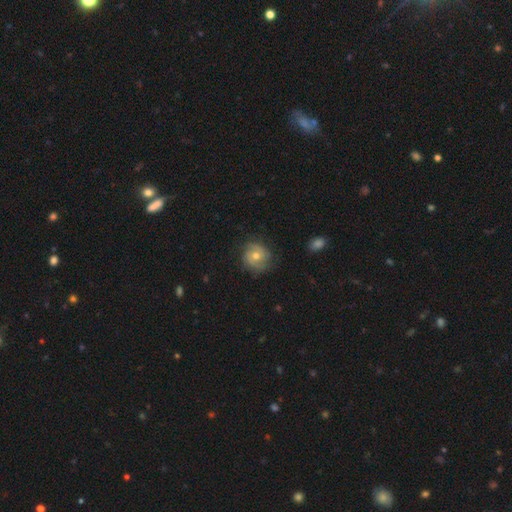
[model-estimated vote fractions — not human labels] Smooth or featured? Predicted: featured or disk (p=0.55). Edge-on disk? Predicted: no (p=0.97). Bar? Predicted: no (p=0.70). Spiral arms? Predicted: yes (p=0.85). Bulge size? Predicted: moderate (p=0.69). Merging? Predicted: none (p=0.75).